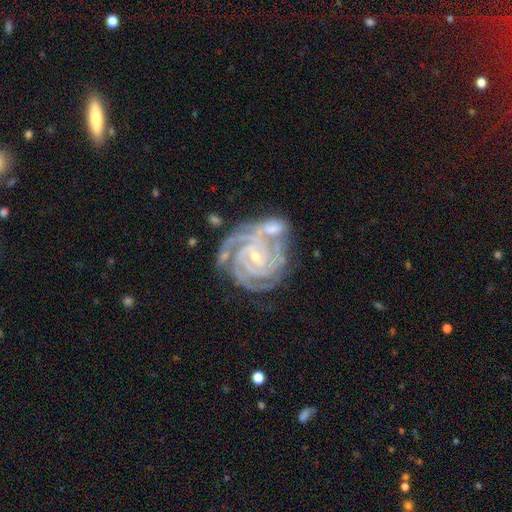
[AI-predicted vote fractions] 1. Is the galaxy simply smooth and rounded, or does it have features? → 93% featured or disk, 4% star or artifact, 3% smooth.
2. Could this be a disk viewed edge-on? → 98% no, 2% yes.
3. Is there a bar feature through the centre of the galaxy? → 39% no, 38% weak, 23% strong.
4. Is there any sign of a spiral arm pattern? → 99% yes, 1% no.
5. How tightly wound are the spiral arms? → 84% tight, 14% medium, 2% loose.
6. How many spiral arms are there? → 34% 3, 26% 4, 18% 2, 9% can't tell, 7% more than 4, 5% 1.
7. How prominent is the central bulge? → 71% small, 26% moderate, 1% none, 1% large, 1% dominant.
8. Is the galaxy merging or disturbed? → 51% none, 26% merger, 17% minor disturbance, 6% major disturbance.